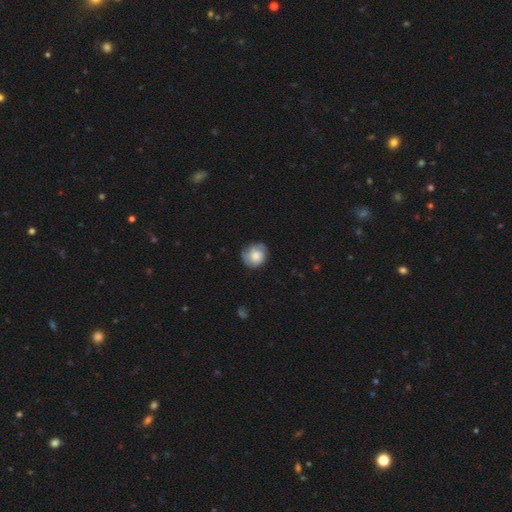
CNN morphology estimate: Smooth or featured? Predicted: smooth (p=0.67). How rounded? Predicted: round (p=0.81). Merging? Predicted: none (p=0.66).